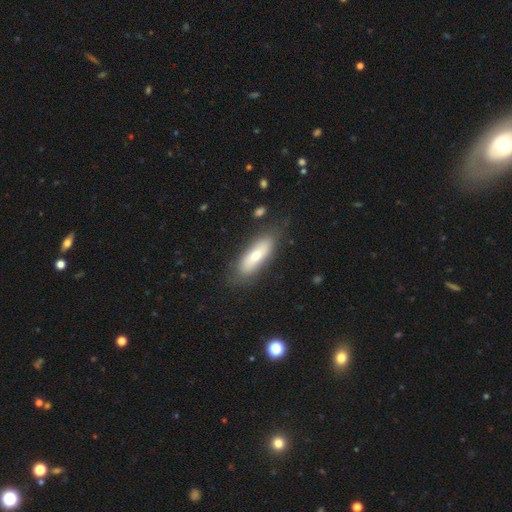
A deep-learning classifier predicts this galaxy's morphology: This appears to be a smooth galaxy with no disk features (64%) that is in between round and cigar-shaped (61%). Merging: none (77%).